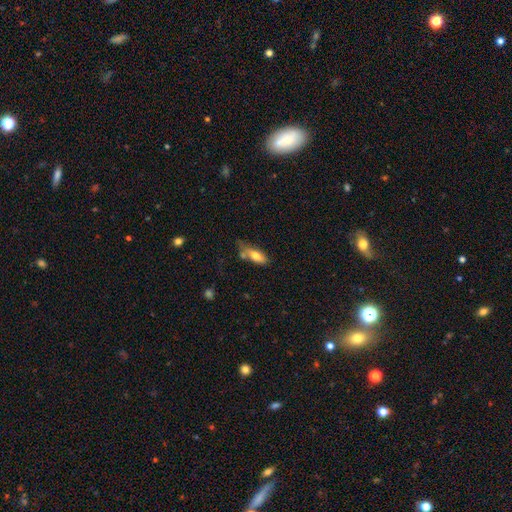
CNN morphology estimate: smooth_or_featured: smooth (p=0.70) [alt: featured or disk p=0.23]
how_rounded: in between (p=0.72) [alt: cigar-shaped p=0.26]
merging: none (p=0.44) [alt: minor disturbance p=0.30]